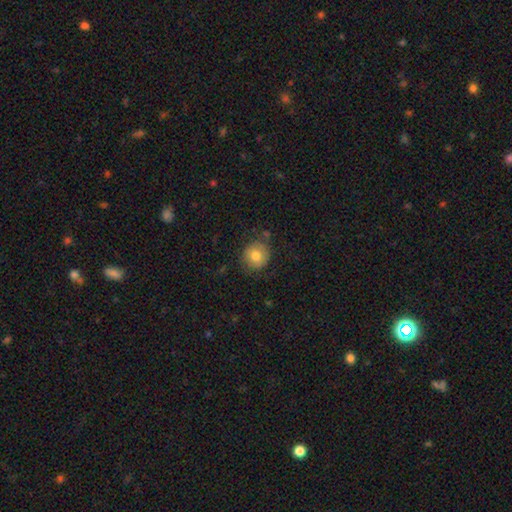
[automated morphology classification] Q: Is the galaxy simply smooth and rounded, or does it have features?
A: smooth — 76%.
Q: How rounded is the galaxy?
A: round — 84%.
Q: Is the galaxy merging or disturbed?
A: none — 75%.